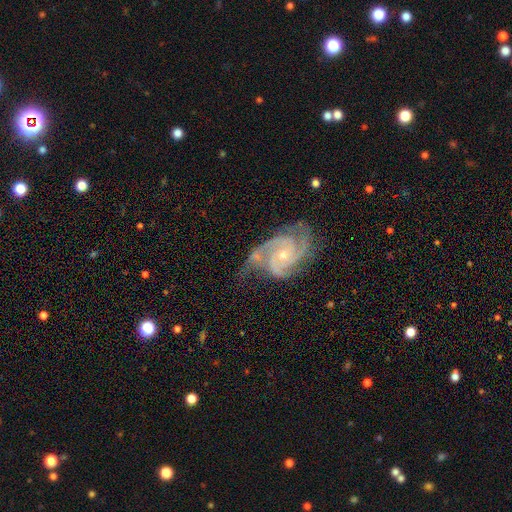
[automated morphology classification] This is clearly a featured or disk galaxy (92%). It is clearly not viewed edge-on (98%). Bar: likely no (68%). Spiral arm pattern: clearly yes (99%). Spiral arm count: possibly 3 (57%). Spiral winding: possibly tight (51%). Central bulge: likely small (66%). Merging: possibly none (59%).